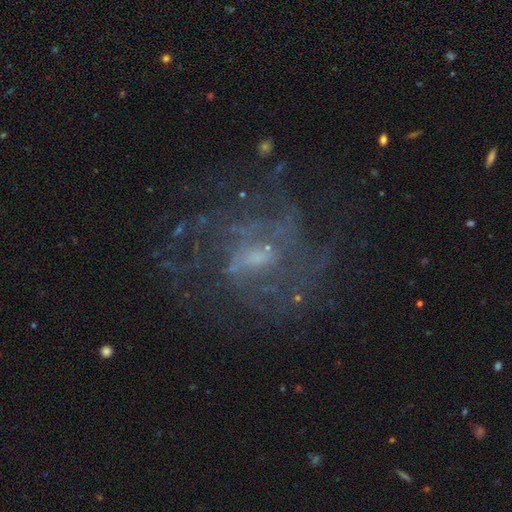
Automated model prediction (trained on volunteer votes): Smooth or featured: featured or disk — 77% (star or artifact — 14%)
Edge-on disk: no — 97% (yes — 3%)
Bar: weak — 51% (no — 39%)
Spiral arms: yes — 79% (no — 21%)
Spiral winding: medium — 41% (tight — 37%)
Spiral arm count: can't tell — 51% (3 — 13%)
Bulge size: small — 55% (moderate — 25%)
Merging: none — 63% (major disturbance — 19%)